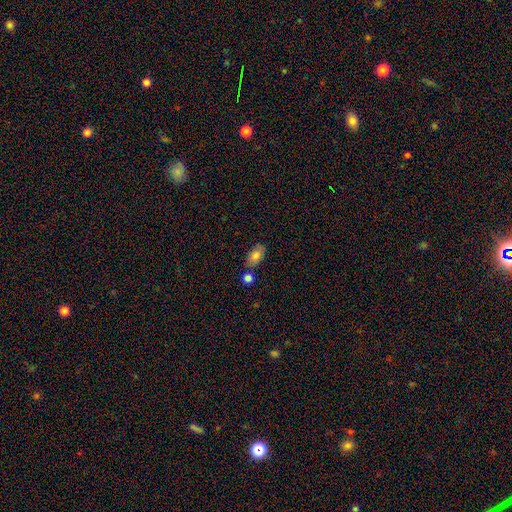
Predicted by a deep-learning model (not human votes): smooth-or-featured: smooth: 79% | featured or disk: 13% | star or artifact: 8%
  how-rounded: in between: 90% | round: 5% | cigar-shaped: 5%
  merging: none: 72% | minor disturbance: 13% | merger: 12% | major disturbance: 3%